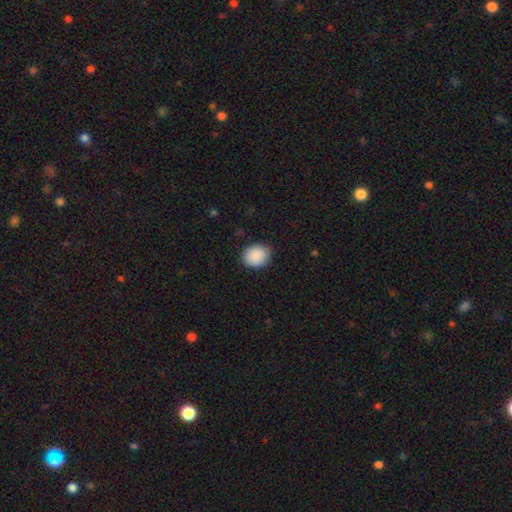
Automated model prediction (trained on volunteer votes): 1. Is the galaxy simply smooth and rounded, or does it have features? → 90% smooth, 7% star or artifact, 3% featured or disk.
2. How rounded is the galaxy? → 56% round, 44% in between, 1% cigar-shaped.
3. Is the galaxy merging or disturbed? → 85% none, 11% minor disturbance, 2% major disturbance, 1% merger.